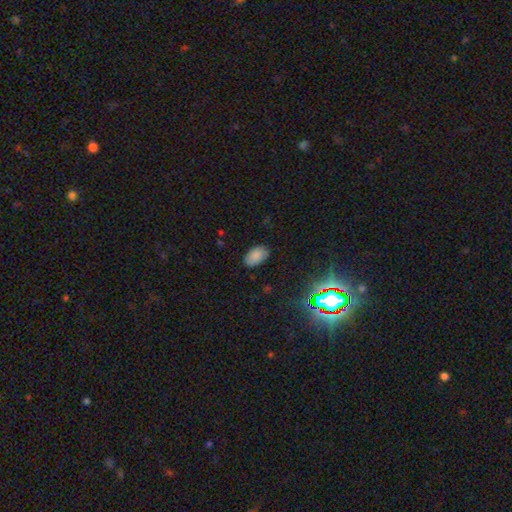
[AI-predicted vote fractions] The model was most divided on "merging": none: 83%, minor disturbance: 13%, major disturbance: 3%, merger: 1%. More confident: how rounded — in between (92%); smooth or featured — smooth (83%).